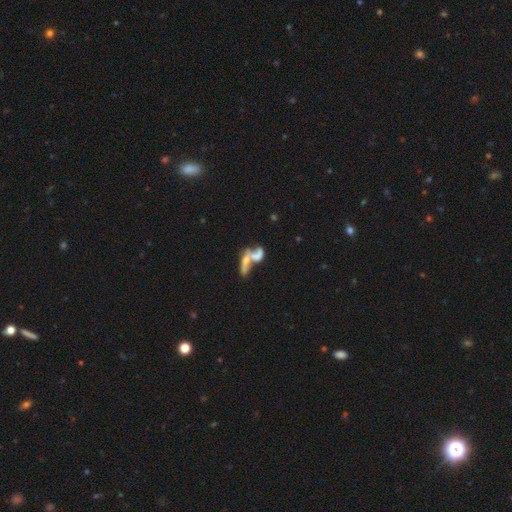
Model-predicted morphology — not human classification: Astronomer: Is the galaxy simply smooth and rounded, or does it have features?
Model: featured or disk — 48% (runner-up: smooth, 39%).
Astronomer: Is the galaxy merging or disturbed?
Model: merger — 67%.